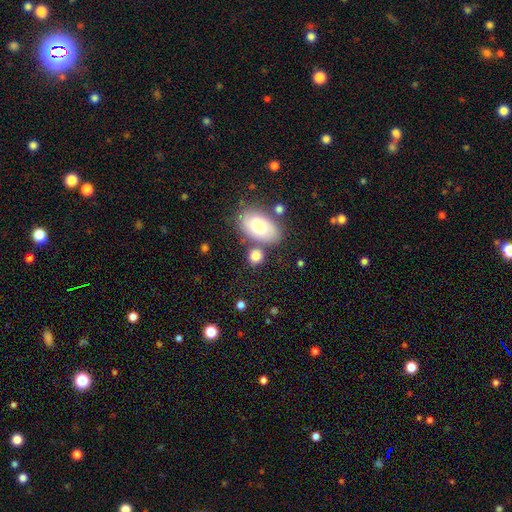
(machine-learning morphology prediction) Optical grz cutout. It shows a smooth galaxy with no disk features (77%) that is round (52%). Merging: none (66%).